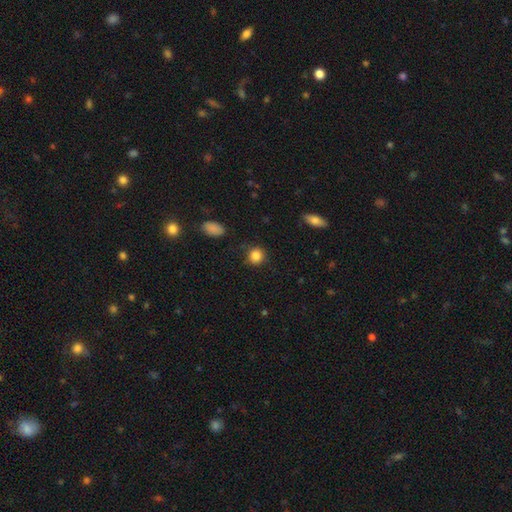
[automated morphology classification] type=smooth (86%); roundness=round (87%); merging=none (83%).